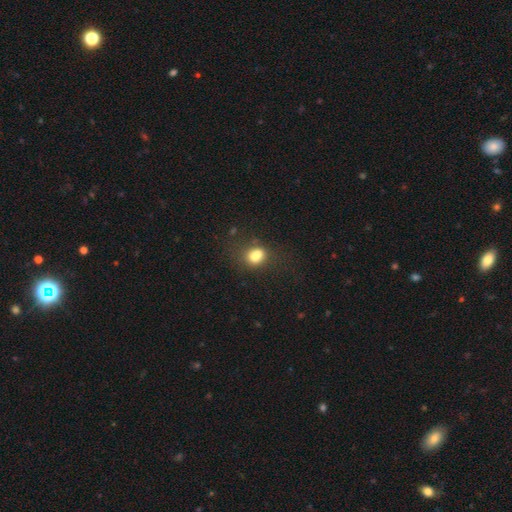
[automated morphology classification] type=smooth (75%); roundness=round (51%); merging=none (45%).